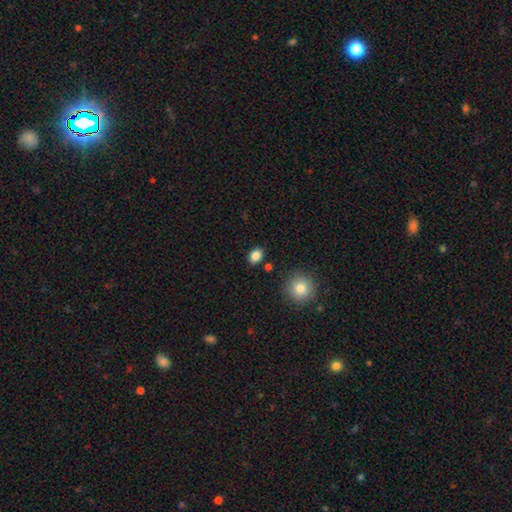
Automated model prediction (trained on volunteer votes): Morphology: type=smooth (85%); roundness=in between (61%); merging=none (83%).